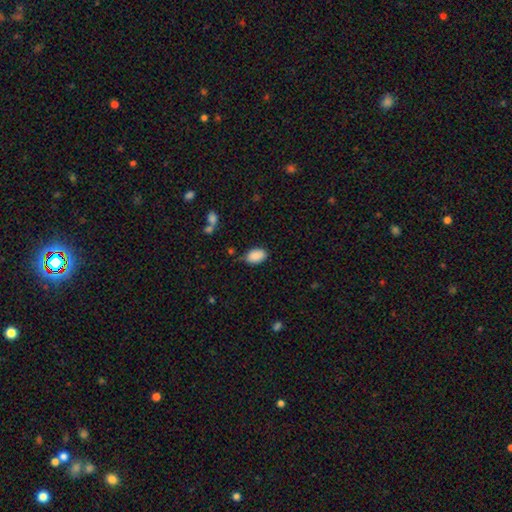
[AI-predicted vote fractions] Smooth or featured? Predicted: smooth (p=0.89). How rounded? Predicted: in between (p=0.91). Merging? Predicted: none (p=0.75).